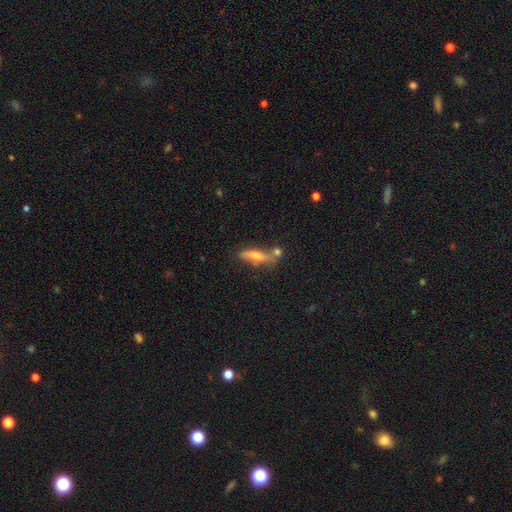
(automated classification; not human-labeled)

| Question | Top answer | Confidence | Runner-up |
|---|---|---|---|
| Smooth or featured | smooth | 53% | featured or disk (38%) |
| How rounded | cigar-shaped | 69% | in between (28%) |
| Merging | none | 59% | merger (18%) |